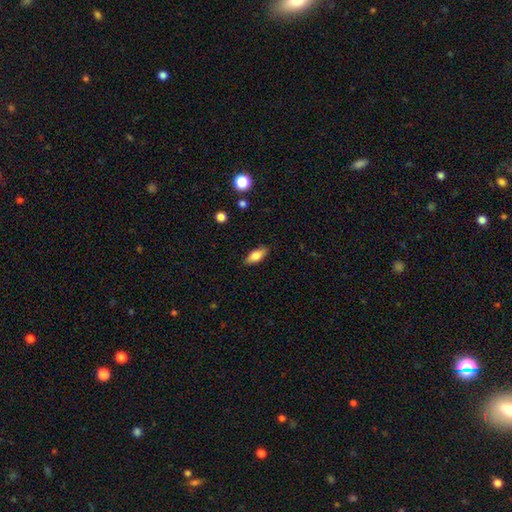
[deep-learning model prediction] smooth-or-featured: smooth: 75% | featured or disk: 17% | star or artifact: 7%
  how-rounded: in between: 79% | cigar-shaped: 18% | round: 4%
  merging: none: 86% | minor disturbance: 11% | major disturbance: 2% | merger: 1%